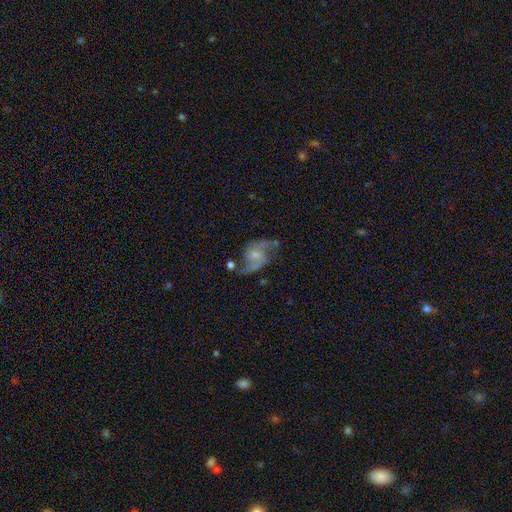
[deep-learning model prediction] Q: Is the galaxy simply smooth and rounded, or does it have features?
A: featured or disk — 82%.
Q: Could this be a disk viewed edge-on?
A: no — 97%.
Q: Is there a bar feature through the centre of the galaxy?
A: no — 58%.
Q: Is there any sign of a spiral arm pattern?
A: yes — 93%.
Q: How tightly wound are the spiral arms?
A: loose — 53%.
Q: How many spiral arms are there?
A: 2 — 91%.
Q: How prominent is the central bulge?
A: small — 52%.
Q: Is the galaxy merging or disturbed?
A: none — 57%.